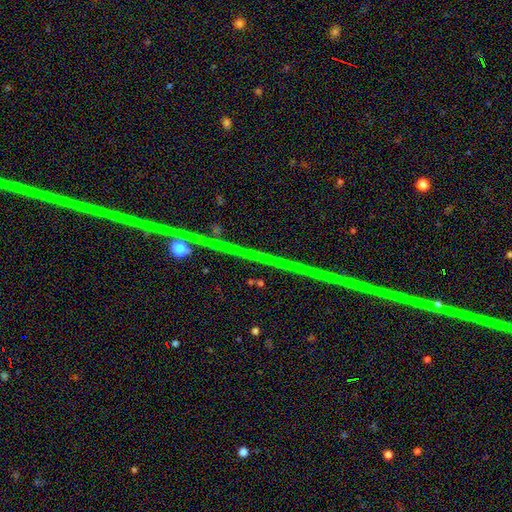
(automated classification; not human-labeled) This appears to be a star or artifact, not a galaxy (77%).